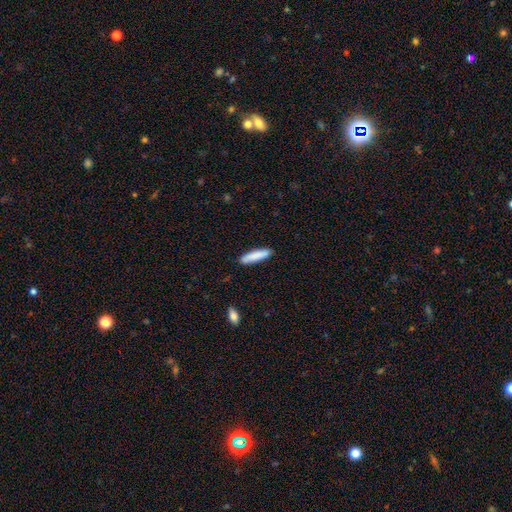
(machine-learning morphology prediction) This is clearly a smooth galaxy (86%). How rounded: likely cigar-shaped (80%). Merging: clearly none (88%).